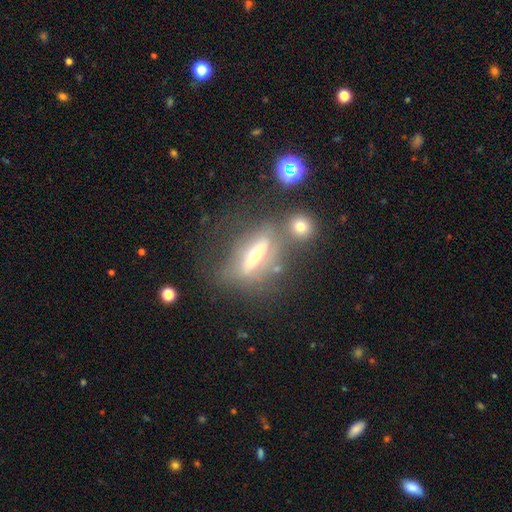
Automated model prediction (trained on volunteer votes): Morphology: type=featured or disk (68%); edge-on=yes (71%); merging=none (56%).